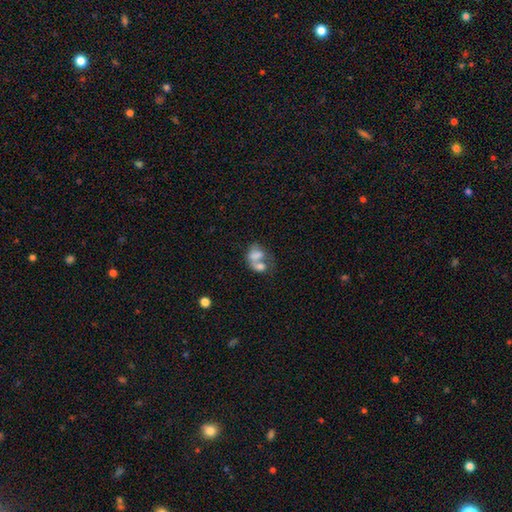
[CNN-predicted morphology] smooth_or_featured: smooth (p=0.61) [alt: featured or disk p=0.29]
how_rounded: in between (p=0.71) [alt: round p=0.27]
merging: merger (p=0.66) [alt: none p=0.14]